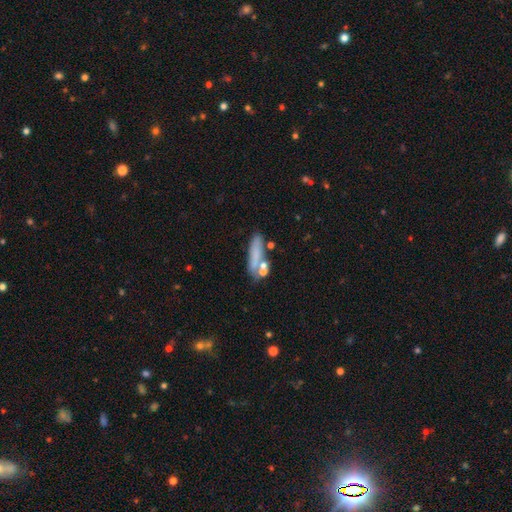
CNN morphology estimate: Smooth or featured?
  - smooth: 70% *
  - featured or disk: 19%
  - star or artifact: 10%
How rounded?
  - cigar-shaped: 70% *
  - in between: 27%
  - round: 4%
Merging?
  - none: 65% *
  - minor disturbance: 16%
  - merger: 13%
  - major disturbance: 6%